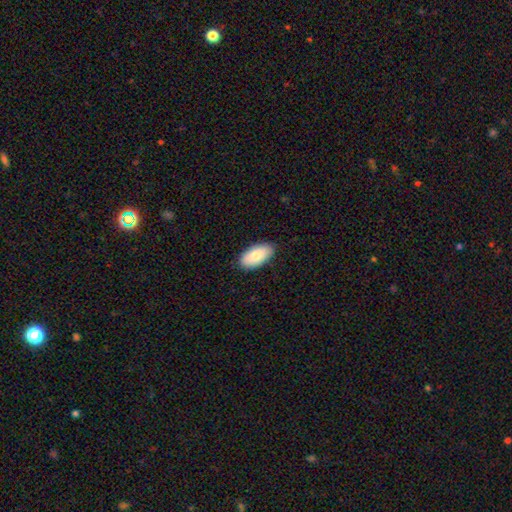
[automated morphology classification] This appears to be a smooth galaxy with no disk features (84%) that is in between round and cigar-shaped (94%). Merging: none (87%).